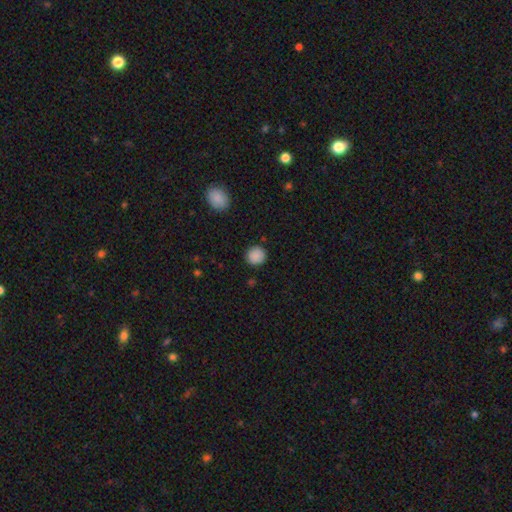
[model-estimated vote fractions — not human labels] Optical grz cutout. It shows a smooth galaxy with no disk features (88%) that is round (92%). Merging: none (89%).